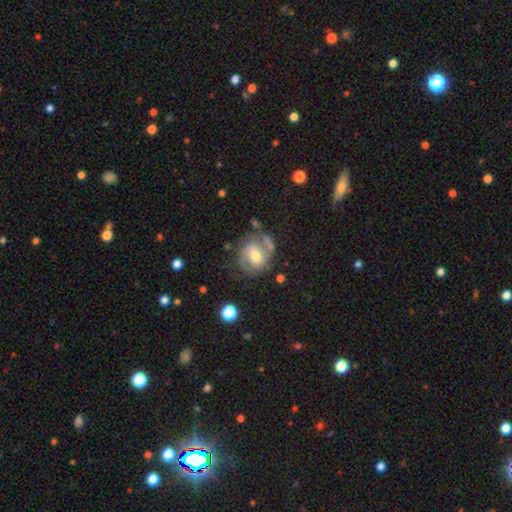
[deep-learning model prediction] featured or disk 71%, smooth 22%, star or artifact 7%. Down the decision tree: edge-on disk — no (97%); bar — weak (47%); spiral arms — yes (84%); spiral arm count — 2 (68%); spiral winding — medium (44%); bulge size — moderate (65%); merging — none (55%).